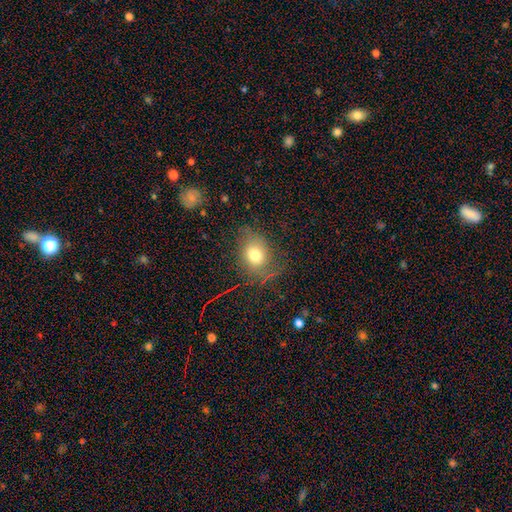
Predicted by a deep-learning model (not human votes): smooth_or_featured: smooth (p=0.63) [alt: featured or disk p=0.23]
how_rounded: round (p=0.51) [alt: in between p=0.47]
merging: none (p=0.64) [alt: minor disturbance p=0.22]